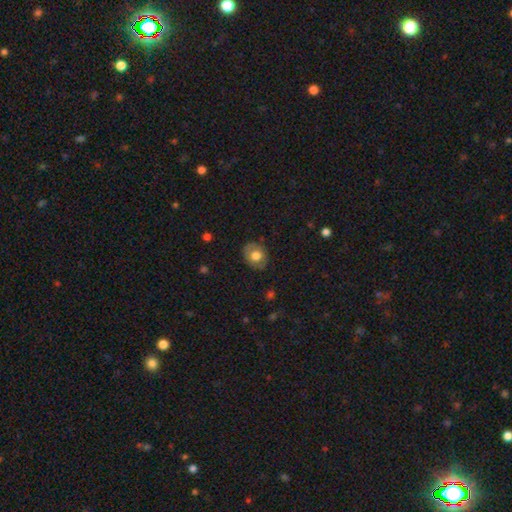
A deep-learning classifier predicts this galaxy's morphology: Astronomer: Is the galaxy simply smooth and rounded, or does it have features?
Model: smooth — 66%.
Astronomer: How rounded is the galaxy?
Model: round — 58% (runner-up: in between, 41%).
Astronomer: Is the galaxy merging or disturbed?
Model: none — 79%.